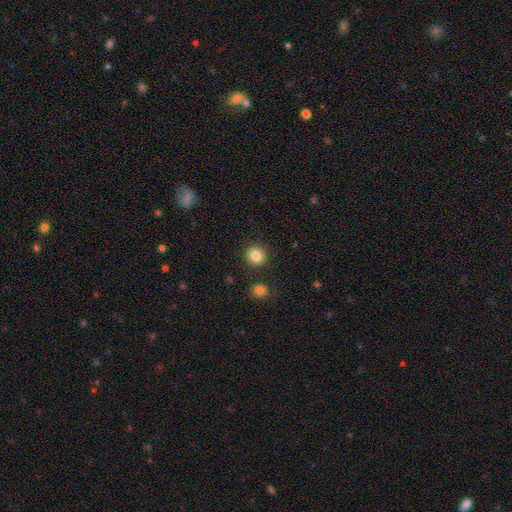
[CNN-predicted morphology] This appears to be a smooth galaxy with no disk features (84%) that is round (94%). Merging: none (90%).